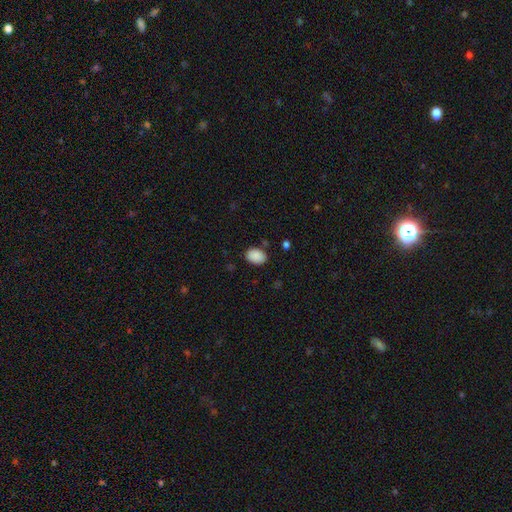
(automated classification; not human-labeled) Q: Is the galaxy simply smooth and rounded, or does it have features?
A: smooth — 89%.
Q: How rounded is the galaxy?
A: in between — 76%.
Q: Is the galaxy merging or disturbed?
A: none — 82%.